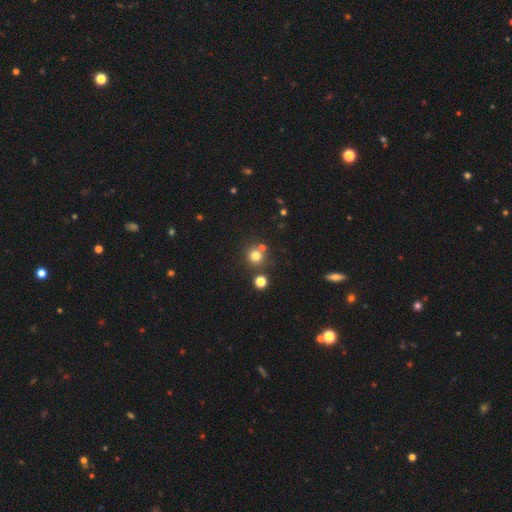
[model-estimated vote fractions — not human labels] Overall: smooth (74%). How rounded: round (93%). Merging: none (72%).